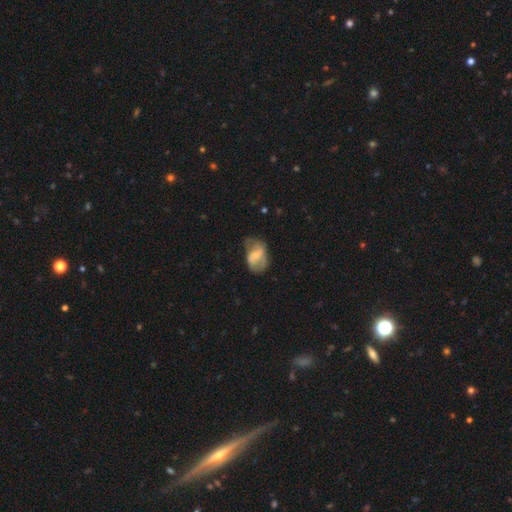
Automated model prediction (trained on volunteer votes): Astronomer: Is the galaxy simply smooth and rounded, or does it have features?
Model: smooth — 49% (runner-up: featured or disk, 43%).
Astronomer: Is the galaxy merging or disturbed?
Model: none — 37% (runner-up: minor disturbance, 33%).